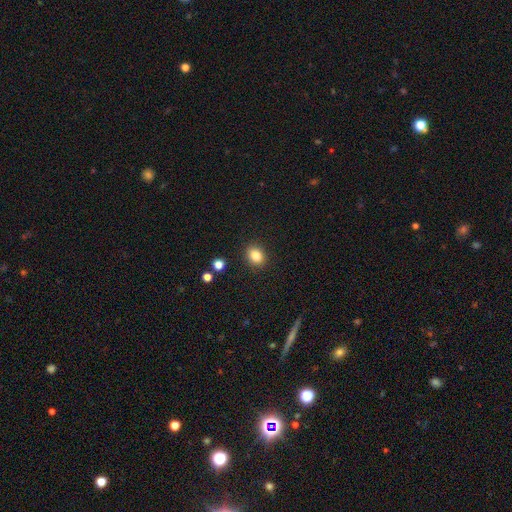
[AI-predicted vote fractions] smooth 84%, star or artifact 10%, featured or disk 6%. Down the decision tree: how rounded — in between (50%); merging — none (89%).